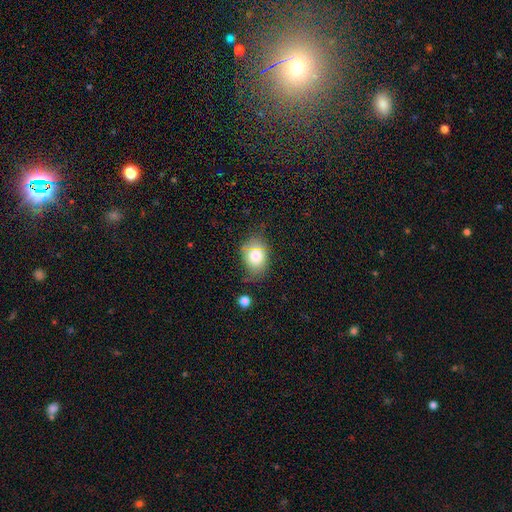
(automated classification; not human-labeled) smooth-or-featured: smooth: 78% | featured or disk: 13% | star or artifact: 9%
  how-rounded: in between: 67% | round: 32% | cigar-shaped: 1%
  merging: none: 60% | minor disturbance: 28% | major disturbance: 8% | merger: 4%